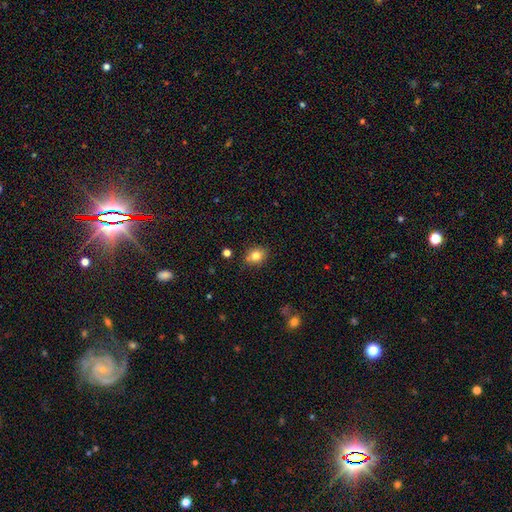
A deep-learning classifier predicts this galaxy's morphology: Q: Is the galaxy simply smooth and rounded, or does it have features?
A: smooth — 80%.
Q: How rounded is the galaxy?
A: round — 58%.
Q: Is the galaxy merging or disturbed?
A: none — 79%.